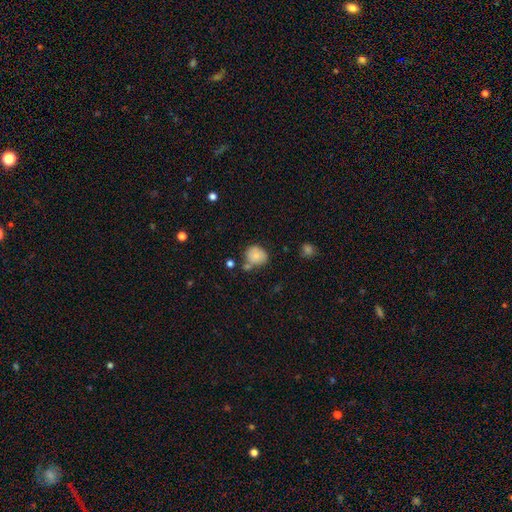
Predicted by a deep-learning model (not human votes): This is likely a smooth galaxy (77%). How rounded: likely round (72%). Merging: possibly none (59%).